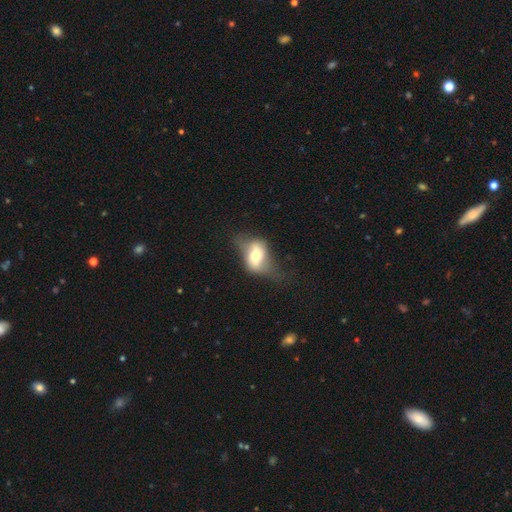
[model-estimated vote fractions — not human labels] smooth-or-featured: featured or disk: 46% (tied) | smooth: 46% (tied) | star or artifact: 8%
  merging: none: 38% | major disturbance: 29% | minor disturbance: 29% | merger: 3%